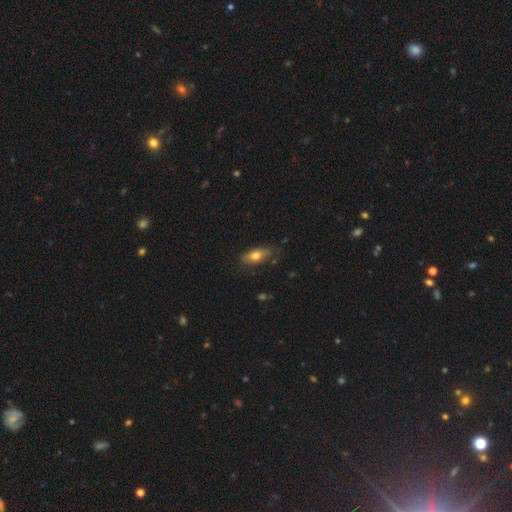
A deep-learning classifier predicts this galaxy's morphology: A smooth galaxy with no disk features (72%) that is in between round and cigar-shaped (80%). Merging: none (72%).